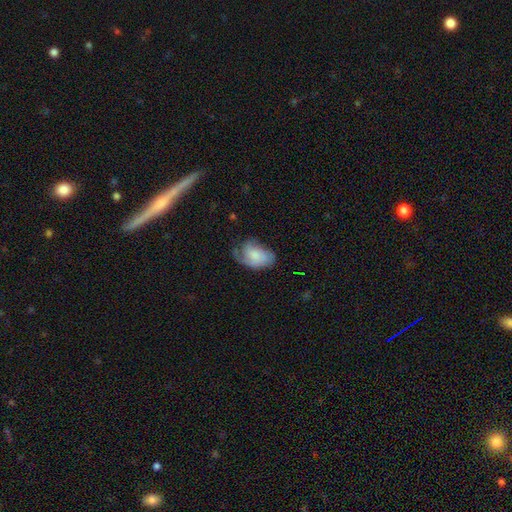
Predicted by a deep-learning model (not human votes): smooth_or_featured: smooth (p=0.53) [alt: featured or disk p=0.40]
how_rounded: in between (p=0.87) [alt: round p=0.11]
merging: none (p=0.38) [alt: minor disturbance p=0.34]